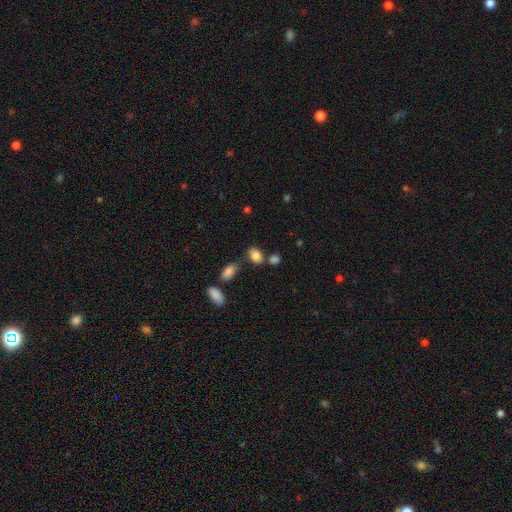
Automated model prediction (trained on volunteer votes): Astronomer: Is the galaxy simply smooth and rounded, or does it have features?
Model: smooth — 84%.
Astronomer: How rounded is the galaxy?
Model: in between — 84%.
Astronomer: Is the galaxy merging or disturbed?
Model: none — 60%.